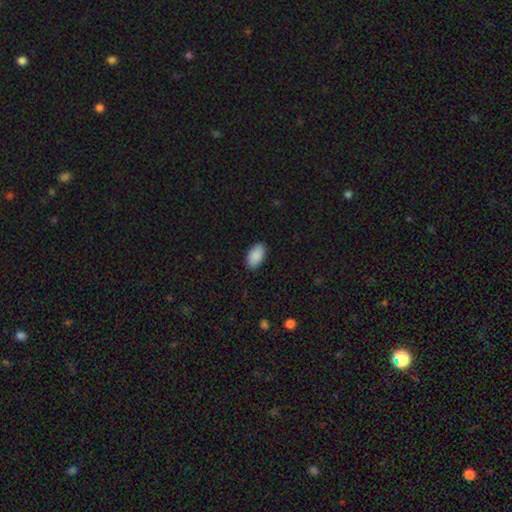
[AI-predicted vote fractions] Q: Smooth or featured?
A: smooth (91%); runner-up: star or artifact (6%)
Q: How rounded?
A: in between (95%); runner-up: round (3%)
Q: Merging?
A: none (89%); runner-up: minor disturbance (8%)